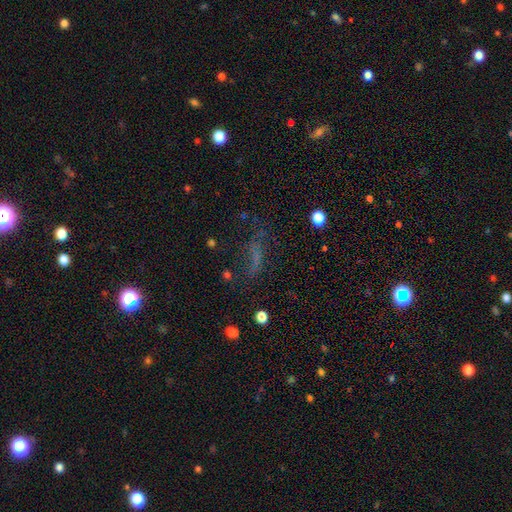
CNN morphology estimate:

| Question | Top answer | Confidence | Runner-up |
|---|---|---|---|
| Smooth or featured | smooth | 42% | star or artifact (32%) |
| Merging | none | 50% | major disturbance (24%) |